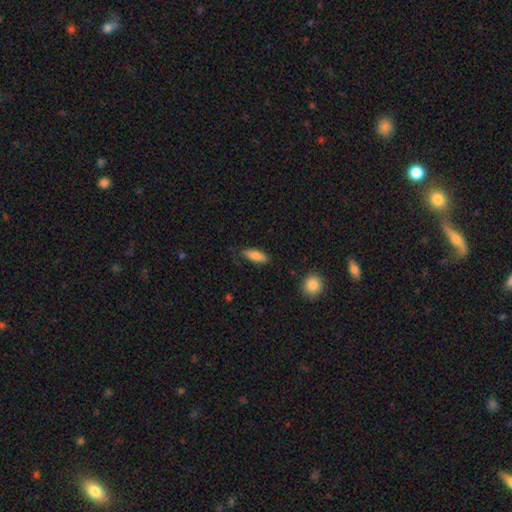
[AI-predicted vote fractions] smooth 81%, featured or disk 12%, star or artifact 7%. Down the decision tree: how rounded — in between (70%); merging — none (81%).